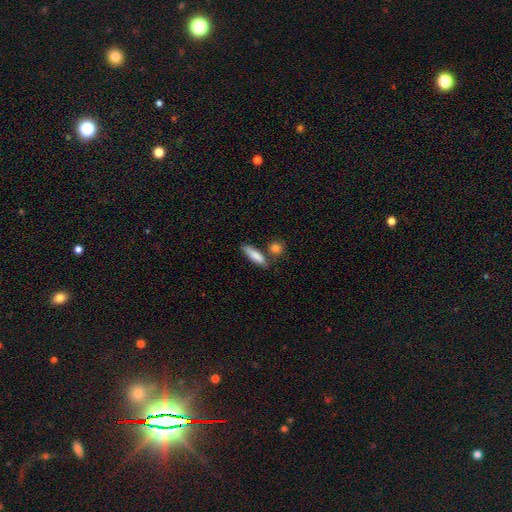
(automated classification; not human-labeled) Smooth or featured: smooth — 83% (featured or disk — 11%)
How rounded: cigar-shaped — 59% (in between — 38%)
Merging: none — 69% (minor disturbance — 15%)